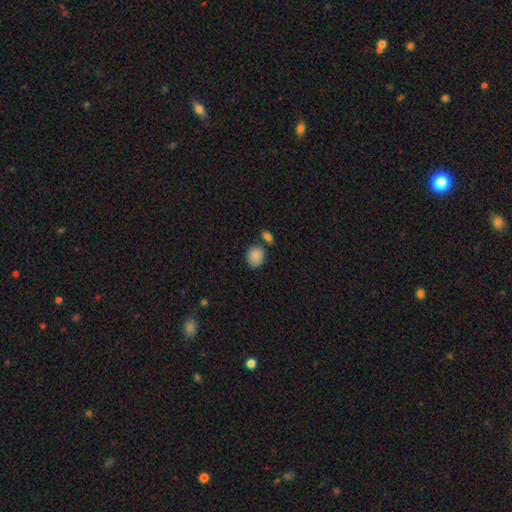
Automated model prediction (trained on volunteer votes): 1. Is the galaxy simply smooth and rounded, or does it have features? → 87% smooth, 8% star or artifact, 5% featured or disk.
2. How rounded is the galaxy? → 62% round, 37% in between, 1% cigar-shaped.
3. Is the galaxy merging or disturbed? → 67% none, 15% minor disturbance, 15% merger, 4% major disturbance.